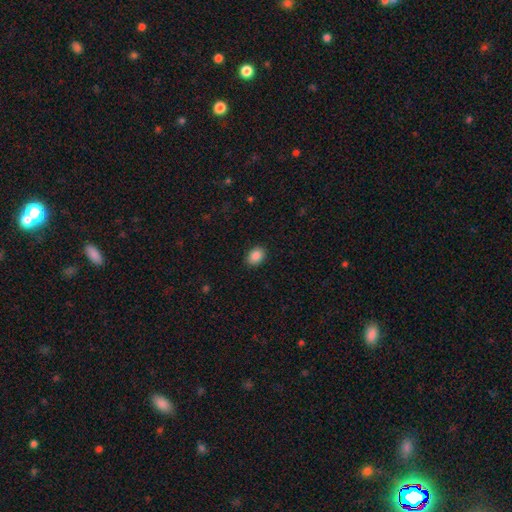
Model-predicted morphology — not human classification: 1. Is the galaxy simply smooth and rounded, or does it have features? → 89% smooth, 8% star or artifact, 3% featured or disk.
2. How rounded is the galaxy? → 73% in between, 26% round, 1% cigar-shaped.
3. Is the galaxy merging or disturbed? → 89% none, 8% minor disturbance, 2% major disturbance, 1% merger.